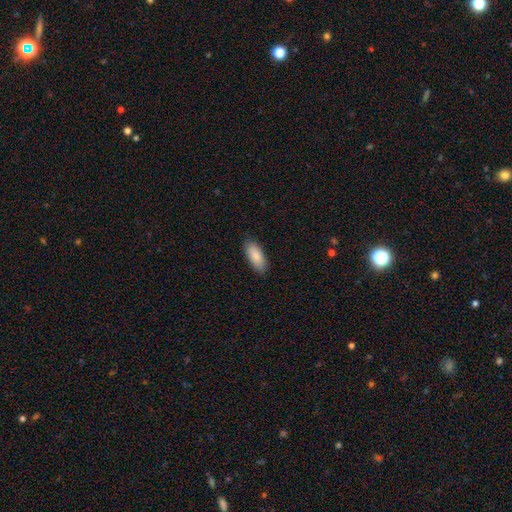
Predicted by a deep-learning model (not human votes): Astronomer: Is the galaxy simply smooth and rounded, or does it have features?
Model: smooth — 87%.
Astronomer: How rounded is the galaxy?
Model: in between — 85%.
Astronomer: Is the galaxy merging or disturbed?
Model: none — 87%.